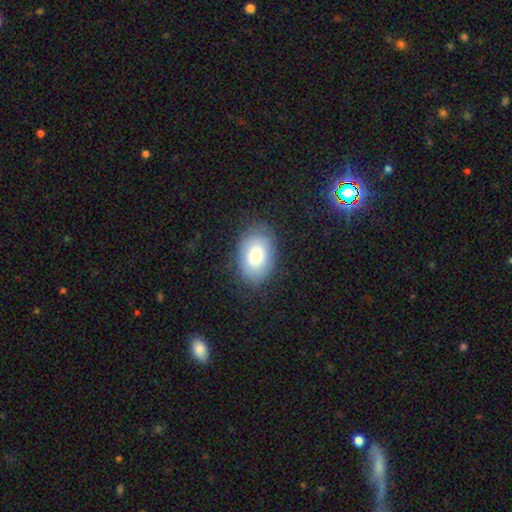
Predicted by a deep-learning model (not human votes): A smooth galaxy with no disk features (78%) that is in between round and cigar-shaped (86%). Merging: none (80%).